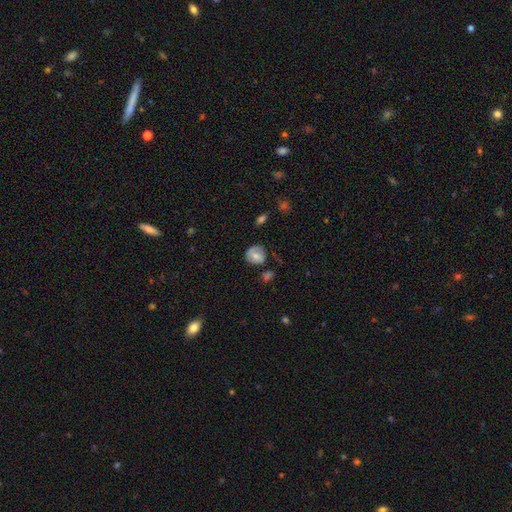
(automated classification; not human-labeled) smooth_or_featured: smooth (p=0.60) [alt: featured or disk p=0.32]
how_rounded: round (p=0.74) [alt: in between p=0.25]
merging: none (p=0.59) [alt: minor disturbance p=0.28]